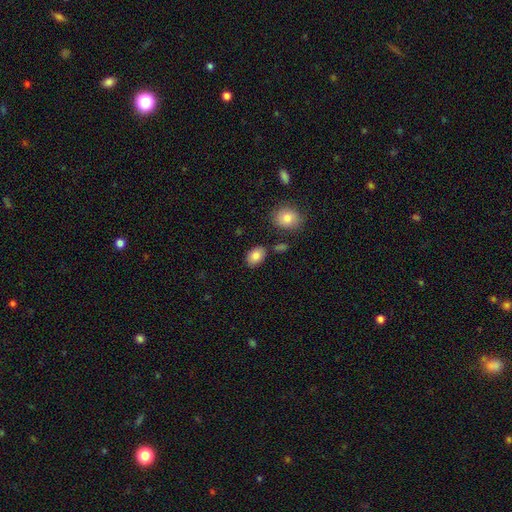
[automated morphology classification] Overall: smooth (84%). How rounded: in between (81%). Merging: none (81%).